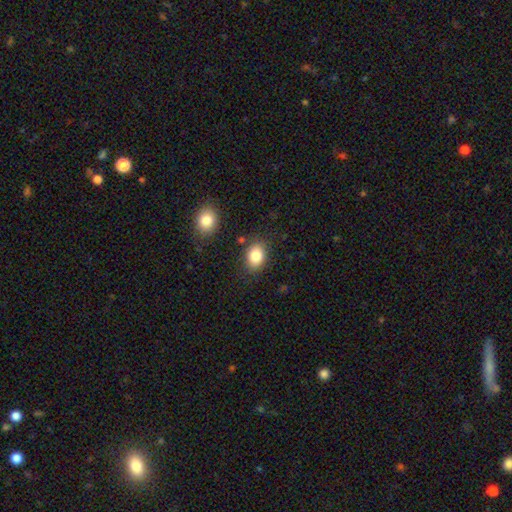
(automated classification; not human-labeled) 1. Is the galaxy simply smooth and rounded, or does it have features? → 83% smooth, 9% star or artifact, 8% featured or disk.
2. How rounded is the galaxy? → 70% in between, 29% round, 1% cigar-shaped.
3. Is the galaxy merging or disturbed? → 80% none, 12% minor disturbance, 4% merger, 3% major disturbance.